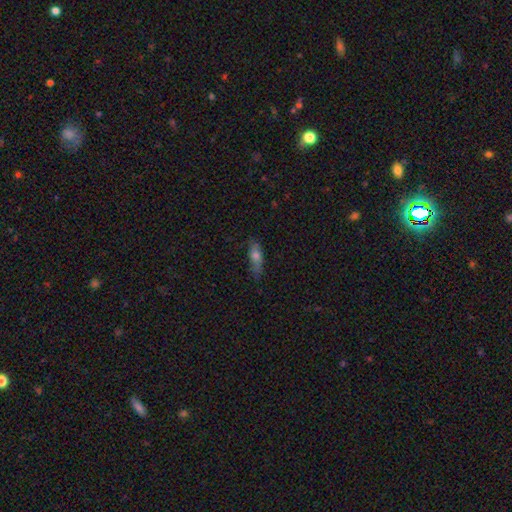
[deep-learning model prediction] This is likely a smooth galaxy (66%). How rounded: possibly in between (53%). Merging: likely none (72%).